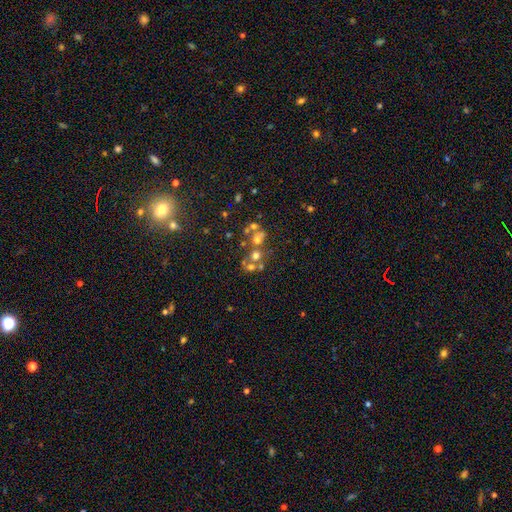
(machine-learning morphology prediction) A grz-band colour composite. It shows a smooth galaxy with no disk features (49%). Merging: merger (43%).